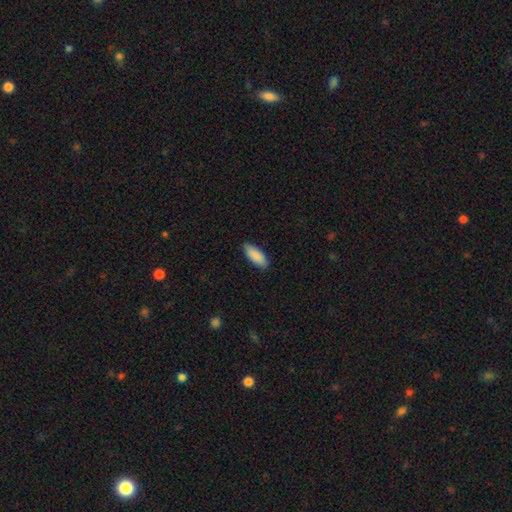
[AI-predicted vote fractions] Morphology: type=smooth (89%); roundness=in between (75%); merging=none (87%).